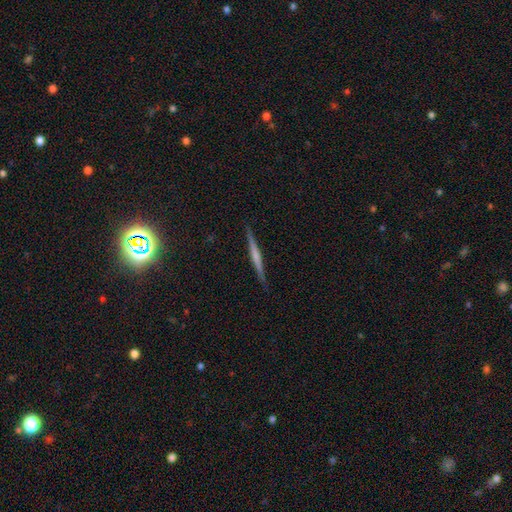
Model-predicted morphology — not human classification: A featured or disk galaxy (60%) viewed edge-on (98%) with no central bulge (54%).

Vote fractions:
- Smooth or featured? featured or disk: 60% / smooth: 33% / star or artifact: 7%
- Edge-on disk? yes: 98% / no: 2%
- Edge-on bulge? none: 54% / rounded: 29% / boxy: 17%
- Merging? none: 90% / minor disturbance: 7% / major disturbance: 1% / merger: 1%